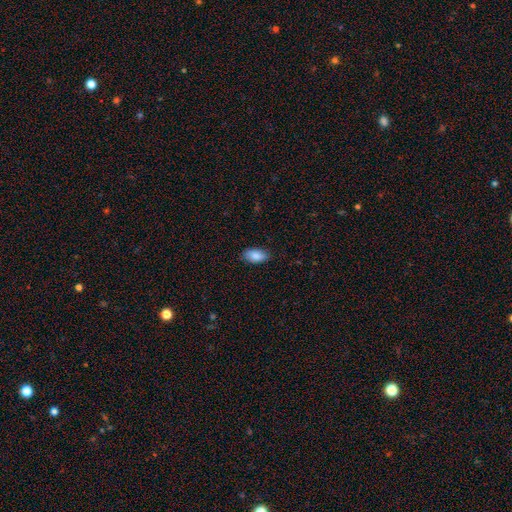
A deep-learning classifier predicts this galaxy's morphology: This is clearly a smooth galaxy (88%). How rounded: clearly in between (93%). Merging: clearly none (85%).